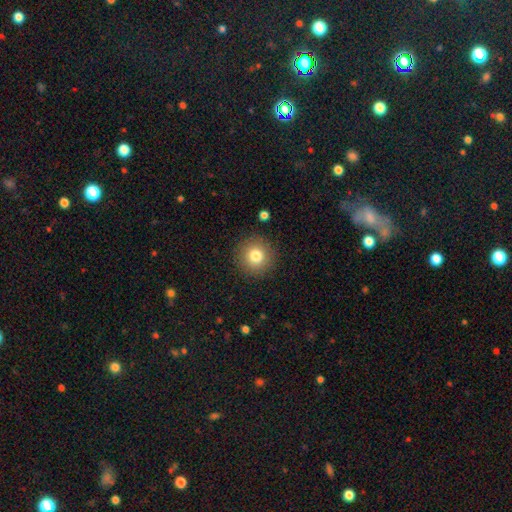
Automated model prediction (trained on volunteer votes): Q: Smooth or featured?
A: smooth (80%); runner-up: star or artifact (11%)
Q: How rounded?
A: round (95%); runner-up: in between (5%)
Q: Merging?
A: none (90%); runner-up: minor disturbance (6%)